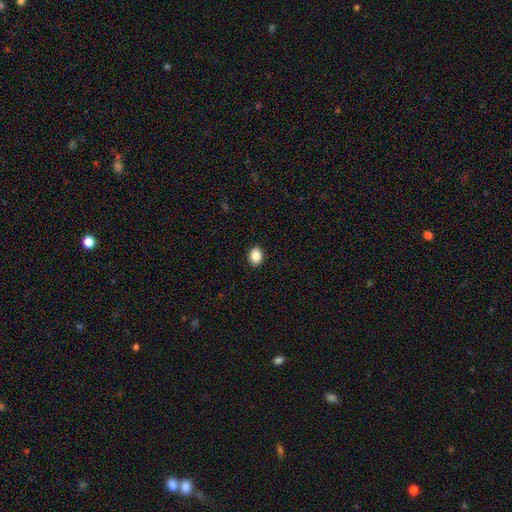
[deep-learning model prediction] Q: Smooth or featured?
A: smooth (88%); runner-up: star or artifact (8%)
Q: How rounded?
A: in between (68%); runner-up: round (31%)
Q: Merging?
A: none (91%); runner-up: minor disturbance (6%)